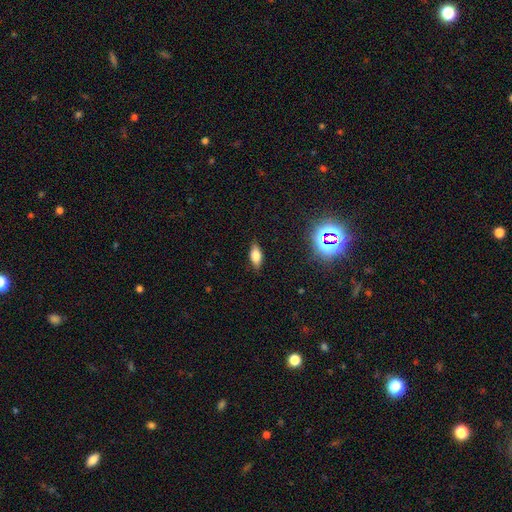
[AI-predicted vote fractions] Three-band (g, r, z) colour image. It shows a smooth galaxy with no disk features (69%) that is in between round and cigar-shaped (81%). Merging: none (85%).